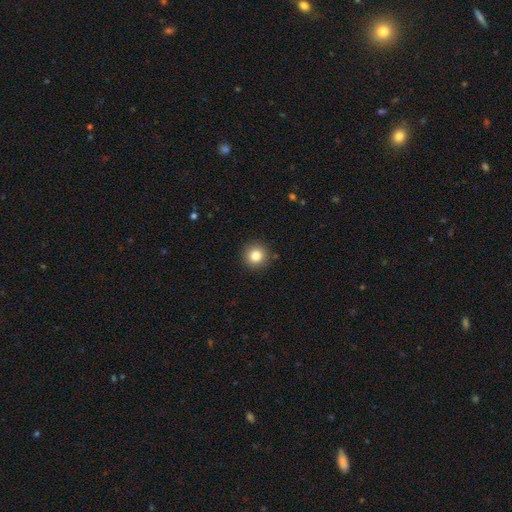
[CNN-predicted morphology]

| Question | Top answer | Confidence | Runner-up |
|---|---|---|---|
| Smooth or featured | smooth | 82% | star or artifact (11%) |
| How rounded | round | 94% | in between (5%) |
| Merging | none | 91% | minor disturbance (6%) |